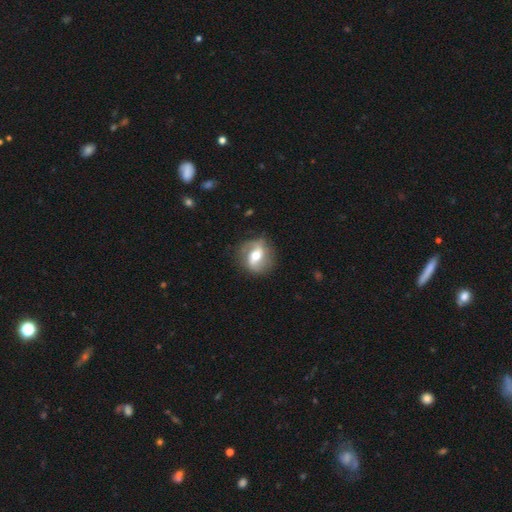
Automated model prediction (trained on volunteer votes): featured or disk 65%, smooth 28%, star or artifact 7%. Down the decision tree: edge-on disk — no (94%); bar — strong (39%); spiral arms — yes (76%); bulge size — moderate (70%); merging — none (76%).